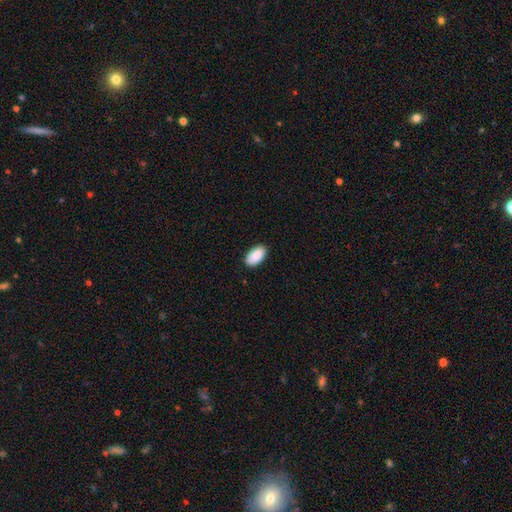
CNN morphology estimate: Q: Smooth or featured?
A: smooth (91%); runner-up: star or artifact (6%)
Q: How rounded?
A: in between (96%); runner-up: round (3%)
Q: Merging?
A: none (89%); runner-up: minor disturbance (8%)